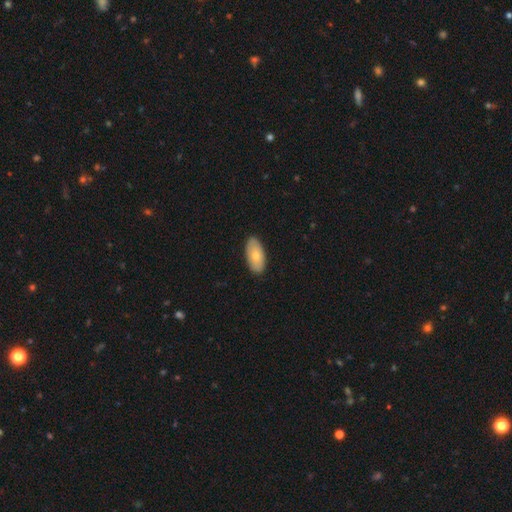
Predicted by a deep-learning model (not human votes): A smooth galaxy with no disk features (74%) that is in between round and cigar-shaped (94%). Merging: none (87%).